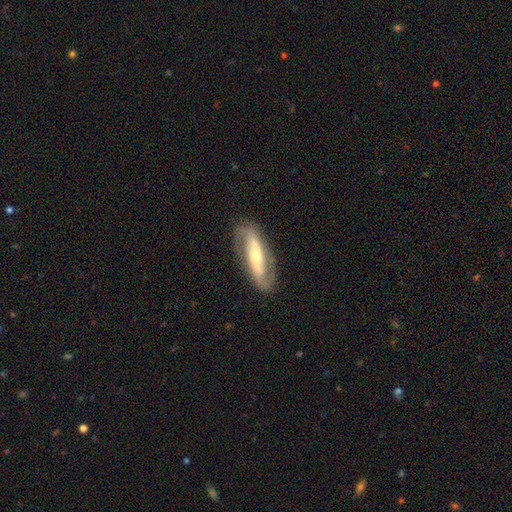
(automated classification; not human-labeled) The model was most divided on "spiral winding": medium: 37%, loose: 36%, tight: 27%. More confident: spiral arm count — 2 (88%); spiral arms — yes (87%); merging — none (85%); edge-on disk — no (80%); smooth or featured — featured or disk (78%); bulge size — moderate (56%); bar — strong (51%).